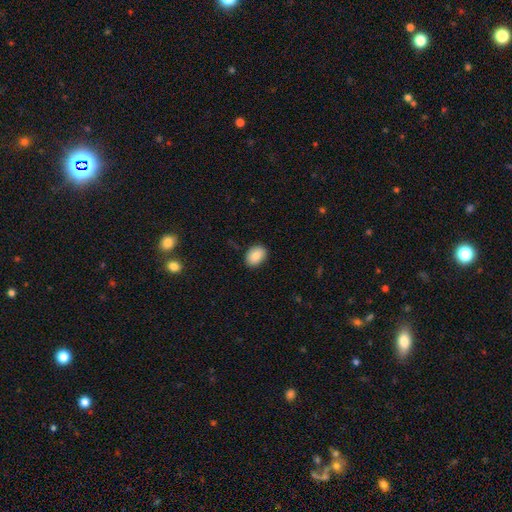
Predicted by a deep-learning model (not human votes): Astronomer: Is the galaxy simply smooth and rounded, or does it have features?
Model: smooth — 86%.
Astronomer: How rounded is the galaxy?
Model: in between — 76%.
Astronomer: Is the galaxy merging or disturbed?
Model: none — 88%.